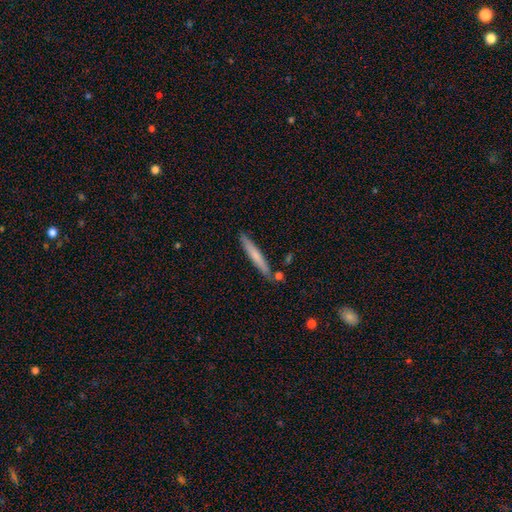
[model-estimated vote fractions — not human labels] Smooth or featured: smooth — 65% (featured or disk — 29%)
How rounded: cigar-shaped — 96% (in between — 3%)
Merging: none — 84% (minor disturbance — 10%)